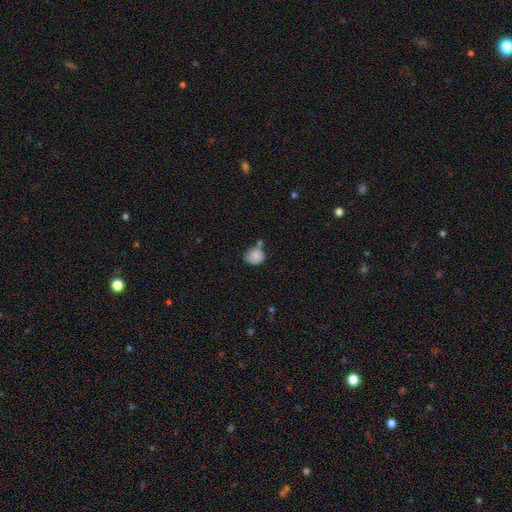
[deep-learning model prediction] smooth 80%, featured or disk 12%, star or artifact 8%. Down the decision tree: how rounded — round (67%); merging — none (53%).